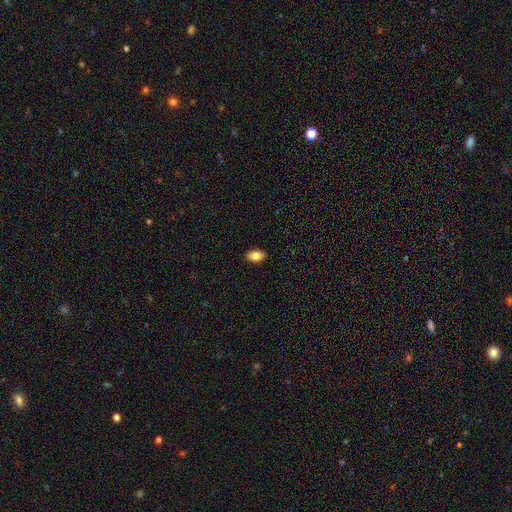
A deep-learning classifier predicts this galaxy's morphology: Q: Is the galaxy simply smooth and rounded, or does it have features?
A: smooth — 84%.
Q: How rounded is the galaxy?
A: in between — 89%.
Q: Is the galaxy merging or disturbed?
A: none — 90%.